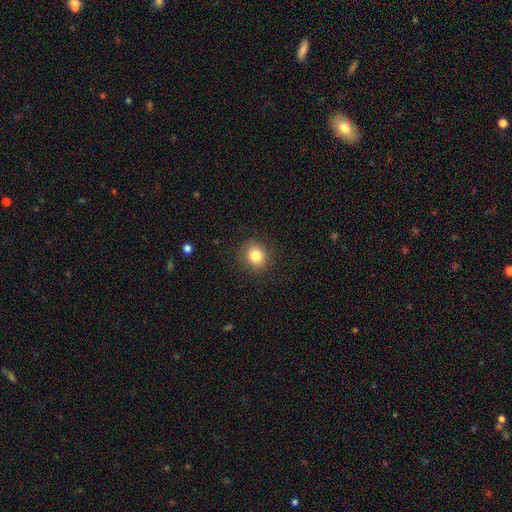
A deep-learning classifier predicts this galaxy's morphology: smooth 82%, star or artifact 11%, featured or disk 7%. Down the decision tree: how rounded — round (81%); merging — none (88%).